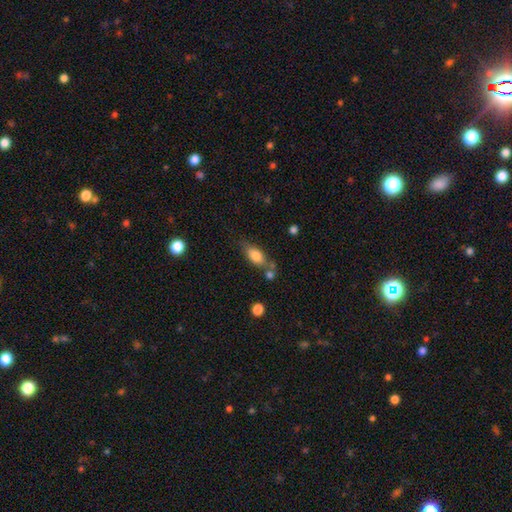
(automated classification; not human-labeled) This is likely a smooth galaxy (77%). How rounded: clearly in between (81%). Merging: possibly none (54%).